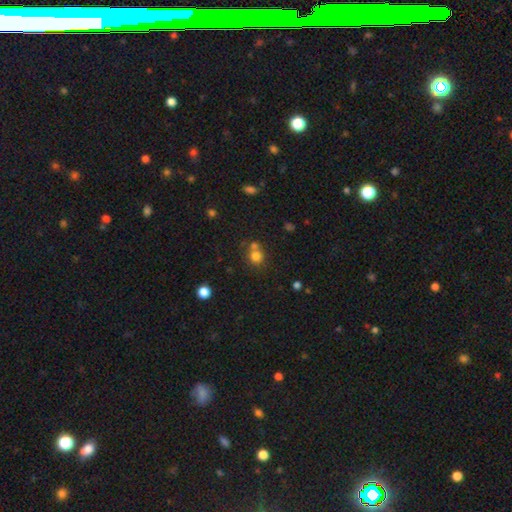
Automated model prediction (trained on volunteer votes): smooth_or_featured: smooth (p=0.76) [alt: star or artifact p=0.15]
how_rounded: round (p=0.85) [alt: in between p=0.15]
merging: none (p=0.54) [alt: merger p=0.33]